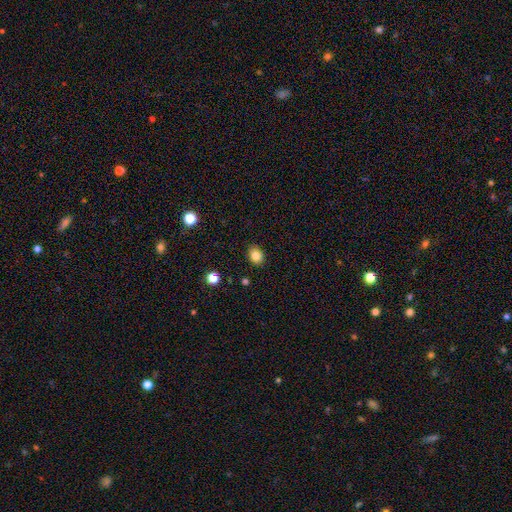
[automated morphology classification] Smooth or featured?
  - smooth: 83% *
  - star or artifact: 11%
  - featured or disk: 6%
How rounded?
  - round: 51% *
  - in between: 48%
  - cigar-shaped: 1%
Merging?
  - none: 87% *
  - minor disturbance: 9%
  - major disturbance: 2%
  - merger: 1%